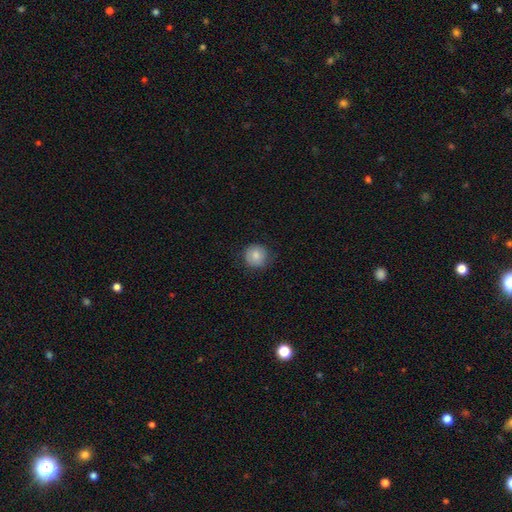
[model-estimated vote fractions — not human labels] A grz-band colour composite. It shows a smooth galaxy with no disk features (83%) that is round (93%). Merging: none (84%).